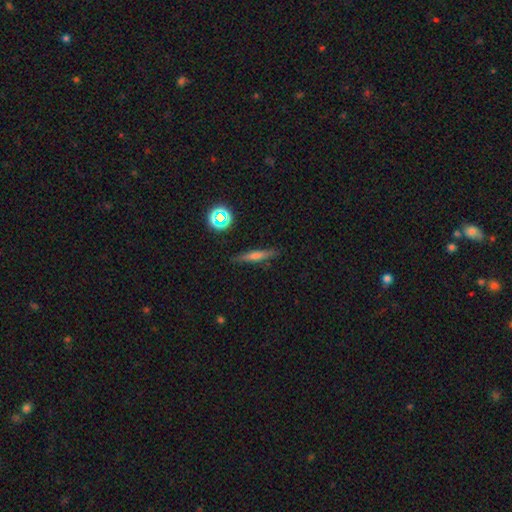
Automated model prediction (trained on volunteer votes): Smooth or featured? smooth (49%)
Merging? none (86%)